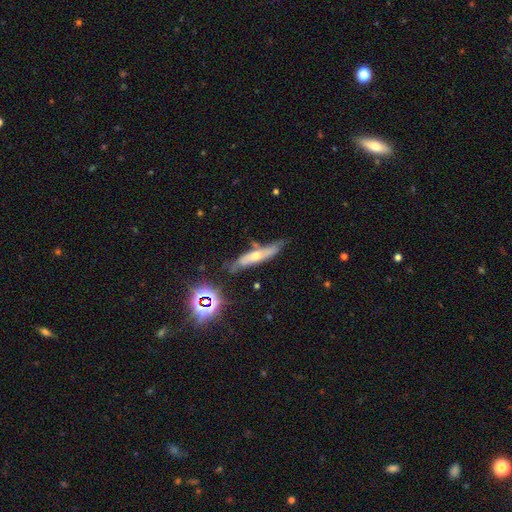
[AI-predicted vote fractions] smooth_or_featured: featured or disk (p=0.49) [alt: smooth p=0.38]
merging: none (p=0.57) [alt: minor disturbance p=0.26]